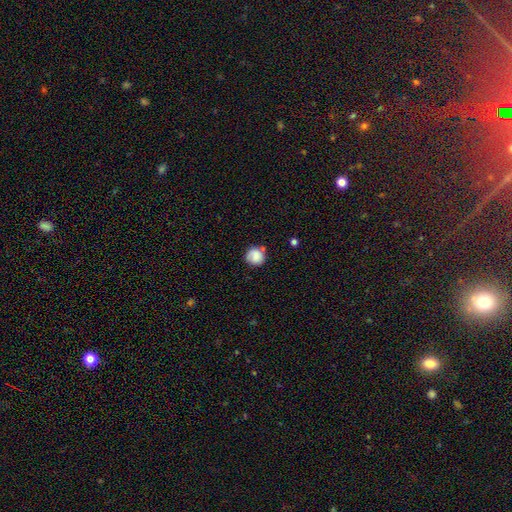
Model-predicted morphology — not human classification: A smooth galaxy with no disk features (80%) that is round (90%). Merging: none (74%).